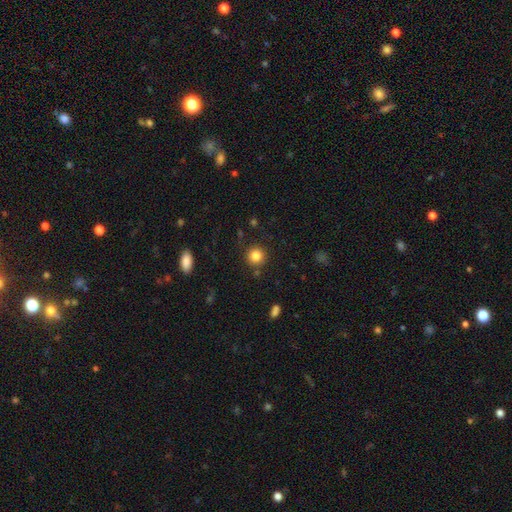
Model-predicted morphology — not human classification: The model was most divided on "smooth or featured": smooth: 84%, star or artifact: 11%, featured or disk: 5%. More confident: how rounded — round (93%); merging — none (87%).